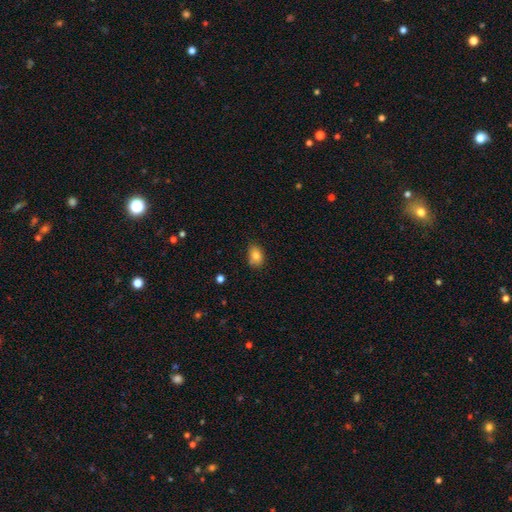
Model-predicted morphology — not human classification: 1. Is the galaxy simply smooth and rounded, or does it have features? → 83% smooth, 9% star or artifact, 7% featured or disk.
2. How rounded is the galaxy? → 78% in between, 21% round, 1% cigar-shaped.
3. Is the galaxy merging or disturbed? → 74% none, 21% minor disturbance, 3% major disturbance, 2% merger.